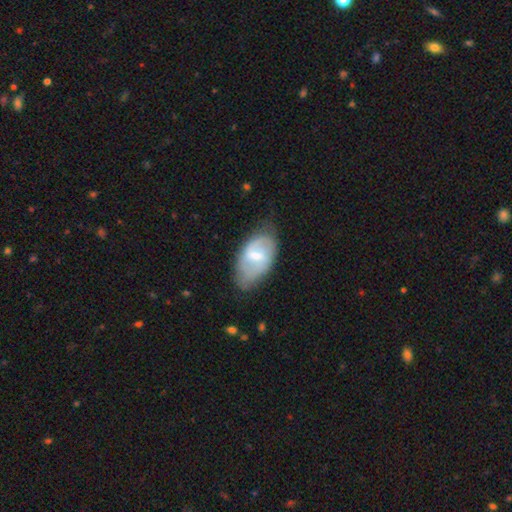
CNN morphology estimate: This appears to be a featured or disk galaxy (55%) with a weak bar (56%), spiral arms (58%) and a moderate central bulge (45%). Merging: none (62%).